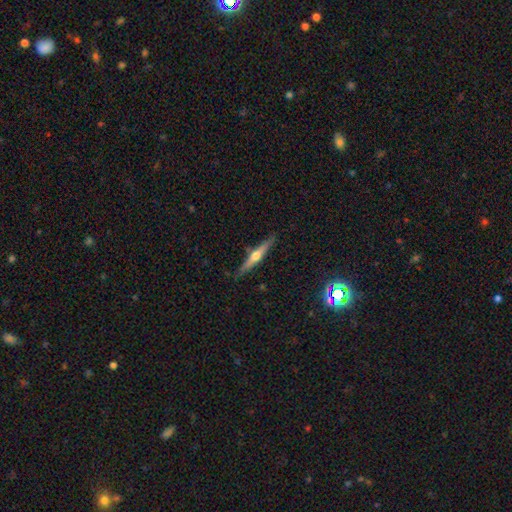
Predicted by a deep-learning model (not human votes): smooth-or-featured: featured or disk: 67% | smooth: 27% | star or artifact: 6%
  disk-edge-on: yes: 97% | no: 3%
    edge-on-bulge: rounded: 91% | none: 5% | boxy: 3%
  merging: none: 86% | minor disturbance: 10% | merger: 2% | major disturbance: 2%